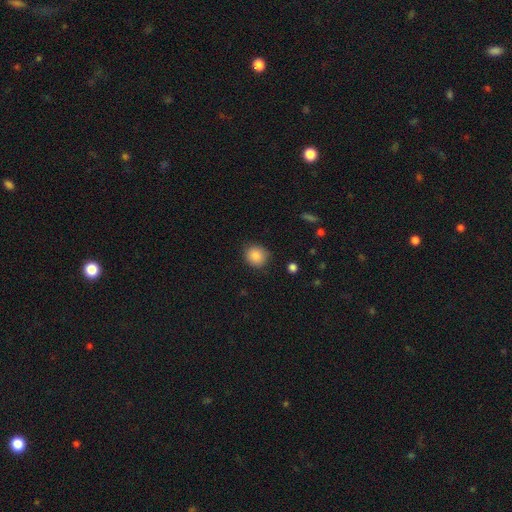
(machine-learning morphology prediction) This appears to be a smooth galaxy with no disk features (87%) that is round (85%). Merging: none (86%).